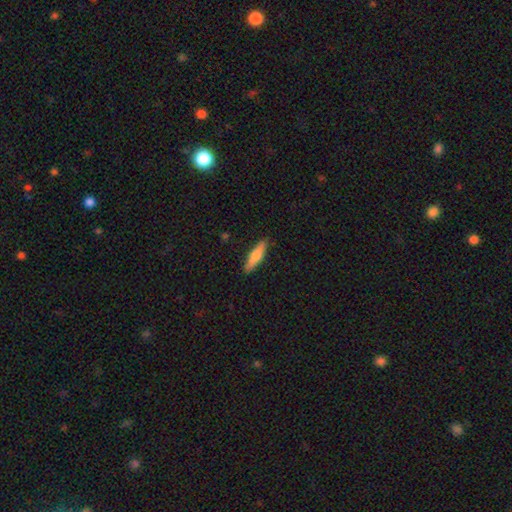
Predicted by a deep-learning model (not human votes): Q: Smooth or featured?
A: smooth (71%); runner-up: featured or disk (23%)
Q: How rounded?
A: cigar-shaped (74%); runner-up: in between (24%)
Q: Merging?
A: none (89%); runner-up: minor disturbance (8%)